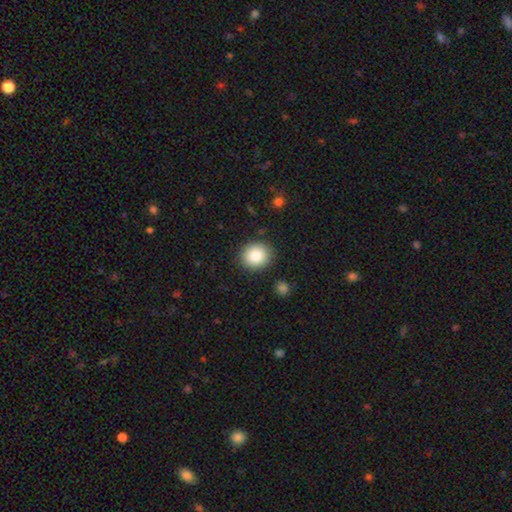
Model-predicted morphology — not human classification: This is clearly a smooth galaxy (84%). How rounded: likely round (77%). Merging: clearly none (89%).